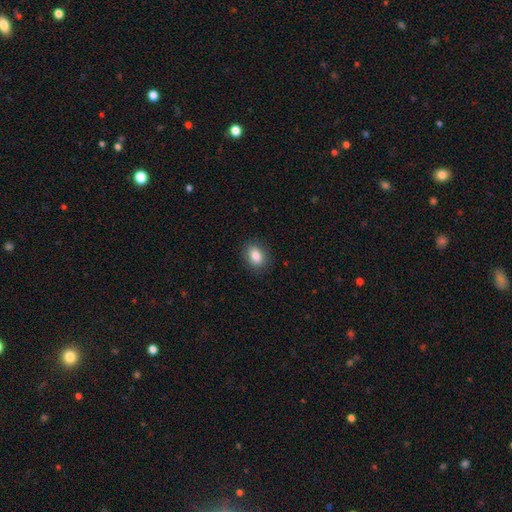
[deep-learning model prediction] A smooth galaxy with no disk features (84%) that is in between round and cigar-shaped (73%).

Vote fractions:
- Smooth or featured? smooth: 84% / star or artifact: 9% / featured or disk: 7%
- How rounded? in between: 73% / round: 26% / cigar-shaped: 1%
- Merging? none: 87% / minor disturbance: 10% / major disturbance: 3% / merger: 1%